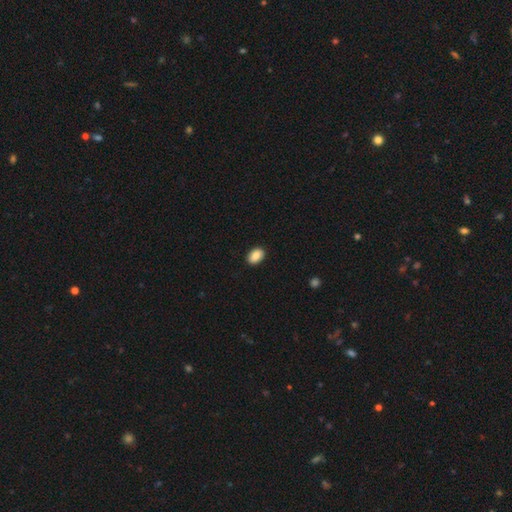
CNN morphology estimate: smooth 87%, star or artifact 7%, featured or disk 6%. Down the decision tree: how rounded — in between (84%); merging — none (90%).